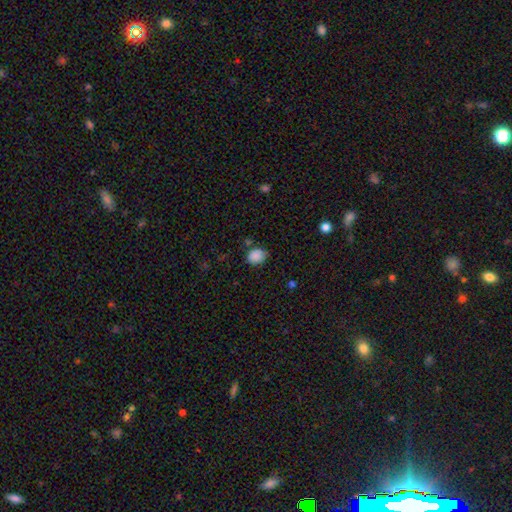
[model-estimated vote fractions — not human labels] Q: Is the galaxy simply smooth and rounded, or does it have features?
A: smooth — 87%.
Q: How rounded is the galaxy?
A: round — 52%.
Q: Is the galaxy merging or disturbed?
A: none — 71%.